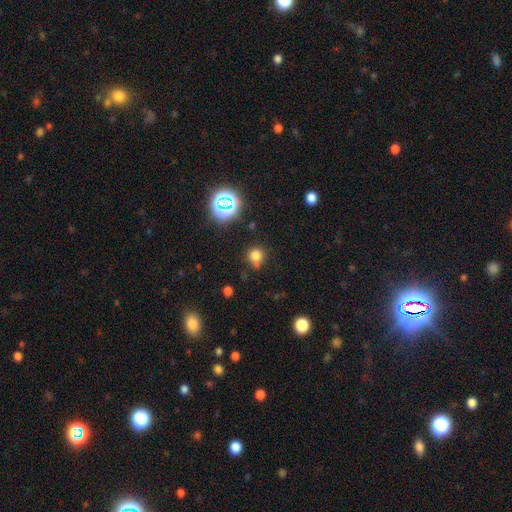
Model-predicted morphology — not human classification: A smooth galaxy with no disk features (73%) that is round (84%).

Vote fractions:
- Smooth or featured? smooth: 73% / star or artifact: 21% / featured or disk: 7%
- How rounded? round: 84% / in between: 15% / cigar-shaped: 1%
- Merging? none: 66% / minor disturbance: 21% / merger: 7% / major disturbance: 7%